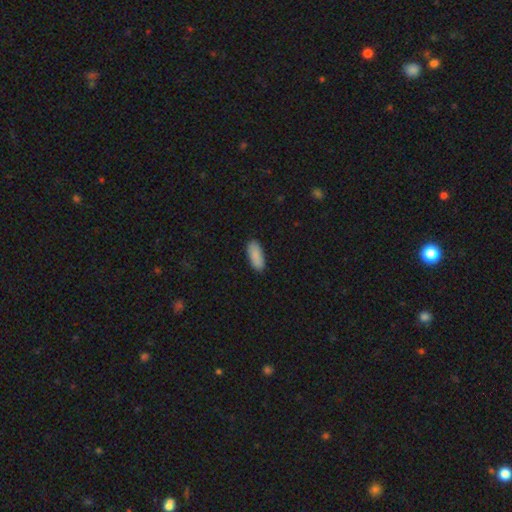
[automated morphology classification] type=smooth (89%); roundness=in between (80%); merging=none (86%).